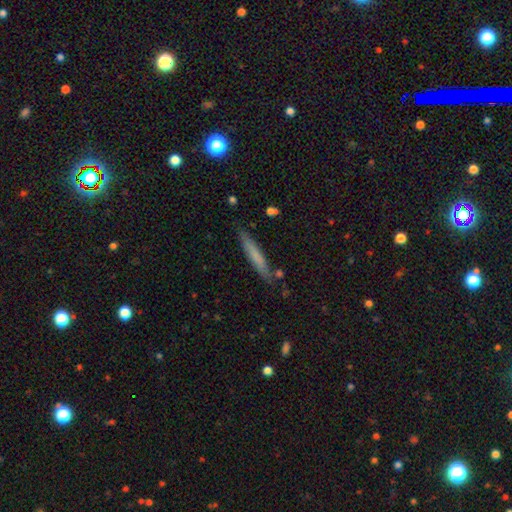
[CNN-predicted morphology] Overall: smooth (67%). How rounded: cigar-shaped (94%). Merging: none (84%).